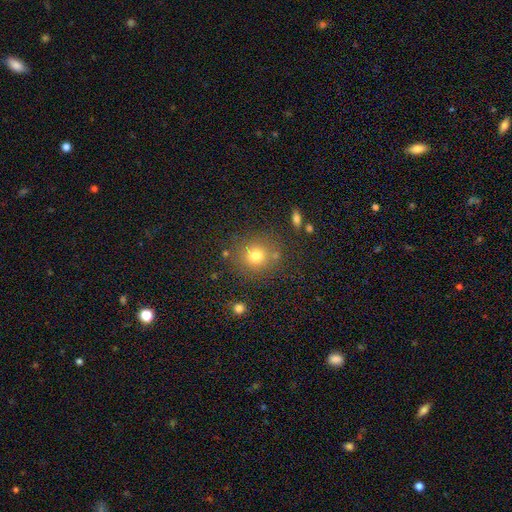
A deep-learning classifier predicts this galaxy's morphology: smooth-or-featured: smooth: 76% | star or artifact: 14% | featured or disk: 9%
  how-rounded: round: 86% | in between: 13% | cigar-shaped: 1%
  merging: none: 79% | minor disturbance: 11% | merger: 6% | major disturbance: 4%